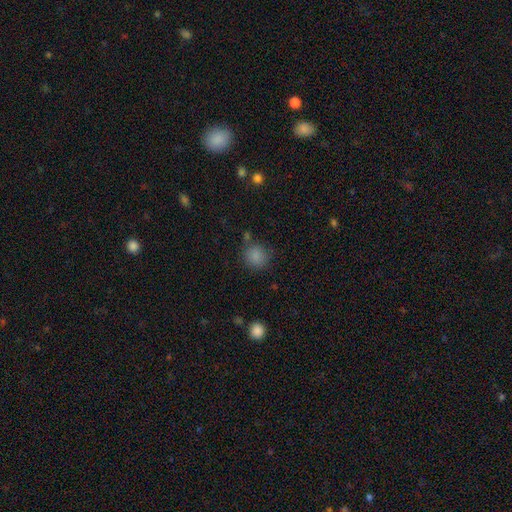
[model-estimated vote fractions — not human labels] Overall: smooth (85%). How rounded: round (86%). Merging: none (75%).